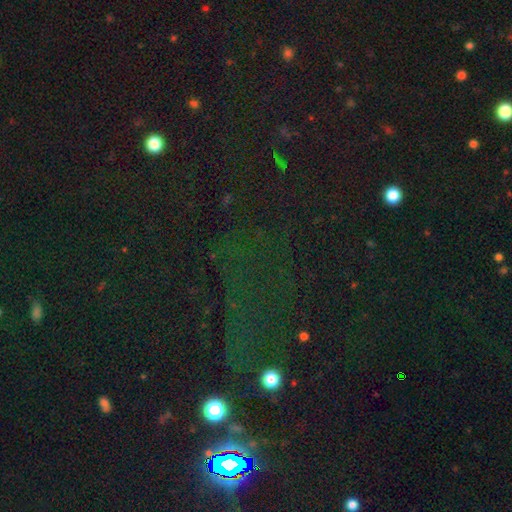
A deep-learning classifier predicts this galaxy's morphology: Smooth or featured: star or artifact — 72% (smooth — 18%)